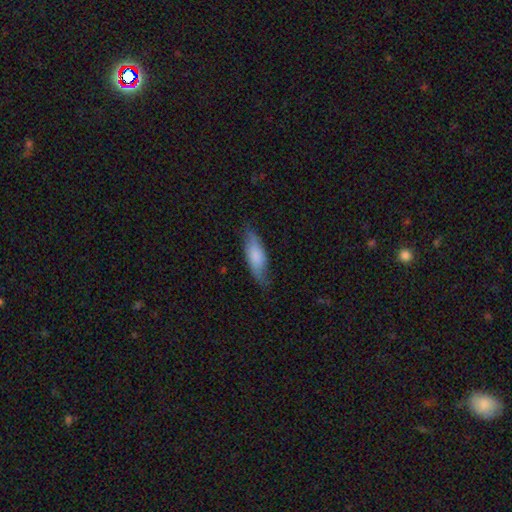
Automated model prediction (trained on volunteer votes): A smooth galaxy with no disk features (69%) that is in between round and cigar-shaped (55%). Merging: none (72%).